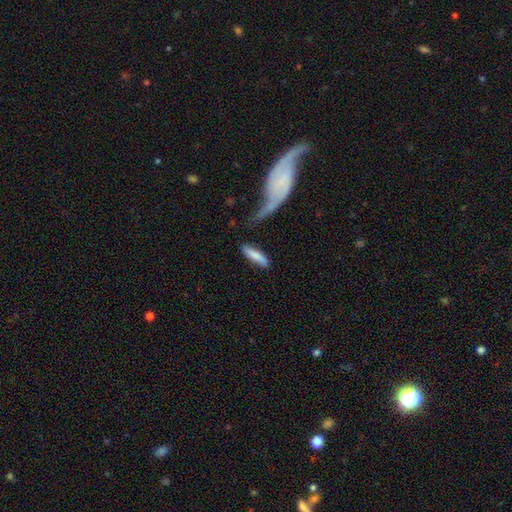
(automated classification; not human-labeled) Q: Smooth or featured?
A: smooth (78%); runner-up: featured or disk (17%)
Q: How rounded?
A: cigar-shaped (72%); runner-up: in between (26%)
Q: Merging?
A: none (65%); runner-up: minor disturbance (18%)